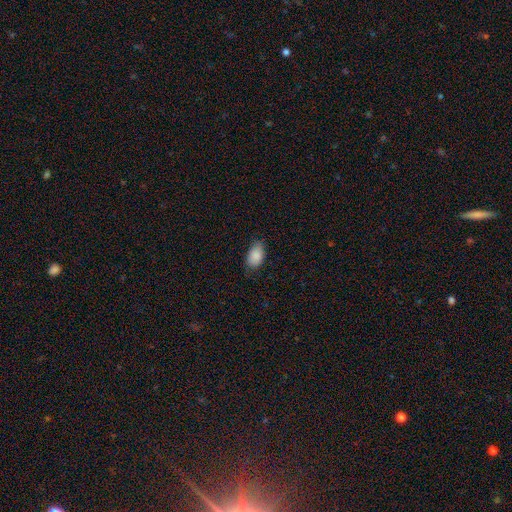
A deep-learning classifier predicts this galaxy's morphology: A smooth galaxy with no disk features (88%) that is in between round and cigar-shaped (91%).

Vote fractions:
- Smooth or featured? smooth: 88% / star or artifact: 7% / featured or disk: 5%
- How rounded? in between: 91% / round: 7% / cigar-shaped: 2%
- Merging? none: 71% / minor disturbance: 23% / major disturbance: 4% / merger: 1%